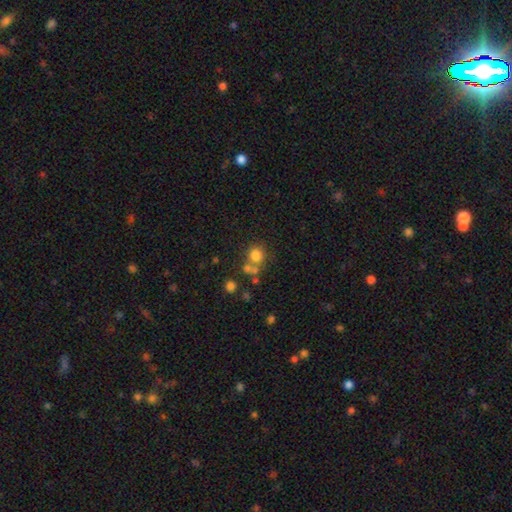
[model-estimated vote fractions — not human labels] Smooth or featured?
  - smooth: 75% *
  - star or artifact: 14%
  - featured or disk: 11%
How rounded?
  - round: 84% *
  - in between: 15%
  - cigar-shaped: 1%
Merging?
  - none: 54% *
  - merger: 30%
  - minor disturbance: 10%
  - major disturbance: 6%